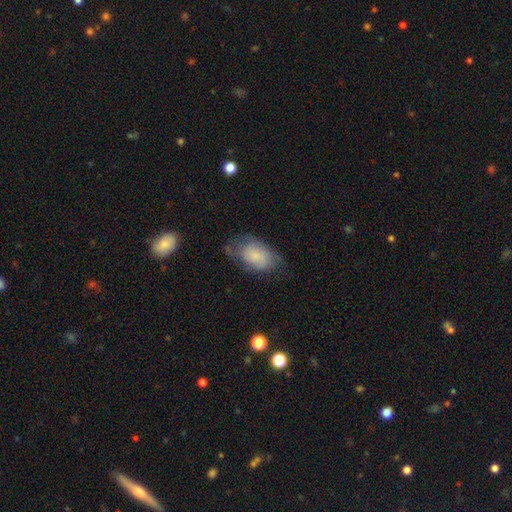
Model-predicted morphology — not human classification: smooth_or_featured: smooth (p=0.74) [alt: featured or disk p=0.19]
how_rounded: in between (p=0.90) [alt: round p=0.09]
merging: none (p=0.54) [alt: minor disturbance p=0.30]